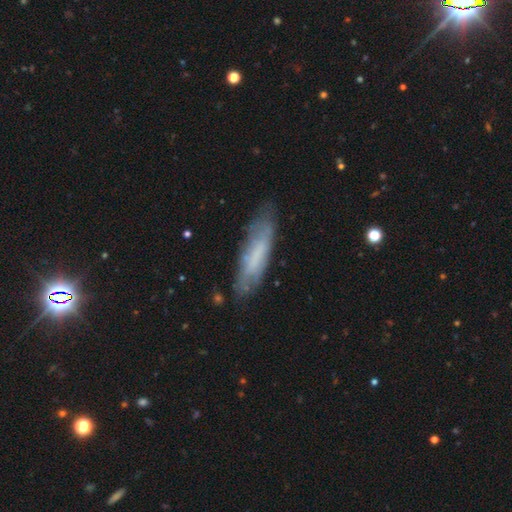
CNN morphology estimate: Smooth or featured: smooth — 53% (featured or disk — 39%)
How rounded: cigar-shaped — 68% (in between — 30%)
Merging: none — 74% (minor disturbance — 19%)